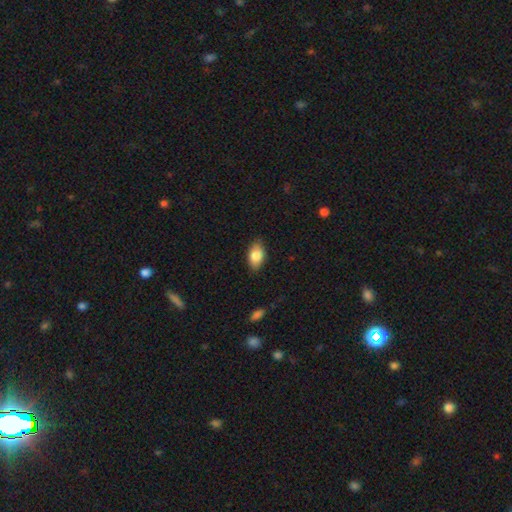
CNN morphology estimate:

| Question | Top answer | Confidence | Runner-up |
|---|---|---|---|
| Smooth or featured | smooth | 84% | featured or disk (9%) |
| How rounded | in between | 91% | round (6%) |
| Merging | none | 83% | minor disturbance (13%) |